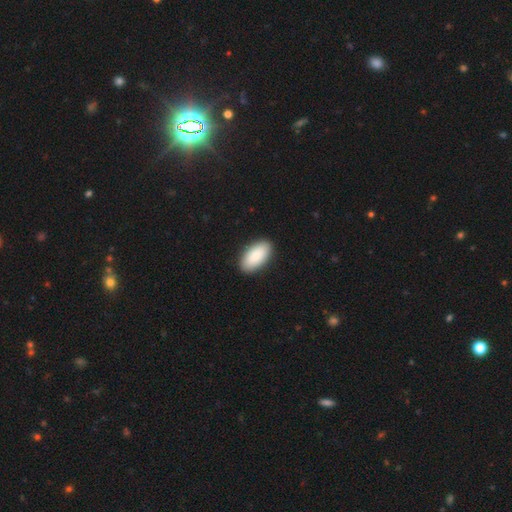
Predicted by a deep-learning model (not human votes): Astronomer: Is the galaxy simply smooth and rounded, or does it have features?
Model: smooth — 91%.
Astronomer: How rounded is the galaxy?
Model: in between — 95%.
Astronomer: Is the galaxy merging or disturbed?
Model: none — 90%.